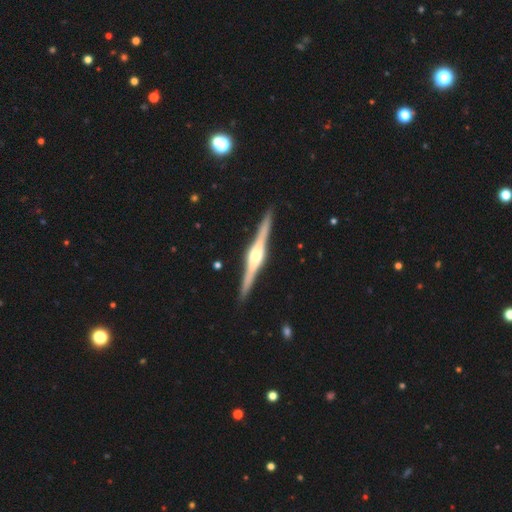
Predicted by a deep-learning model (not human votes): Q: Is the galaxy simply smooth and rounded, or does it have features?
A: featured or disk — 87%.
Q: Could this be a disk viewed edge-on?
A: yes — 99%.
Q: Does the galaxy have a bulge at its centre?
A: rounded — 83%.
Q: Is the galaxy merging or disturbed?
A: none — 92%.